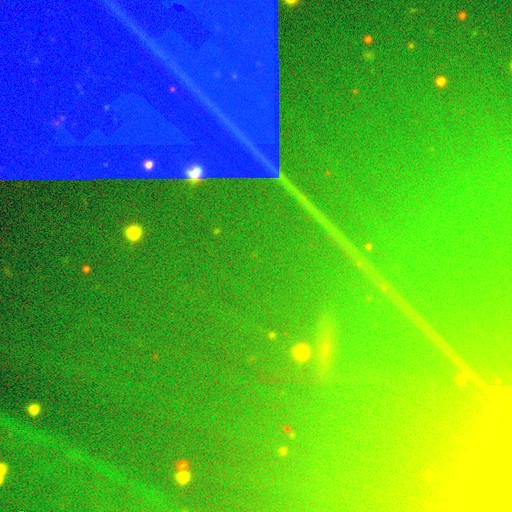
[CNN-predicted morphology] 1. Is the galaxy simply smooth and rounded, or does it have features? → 87% star or artifact, 7% featured or disk, 6% smooth.